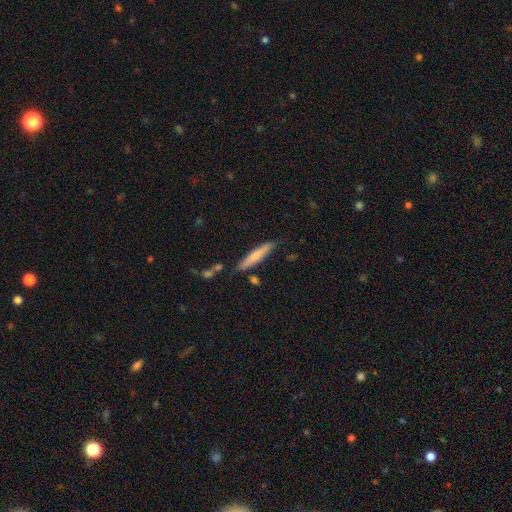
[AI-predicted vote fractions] Q: Smooth or featured?
A: smooth (67%); runner-up: featured or disk (27%)
Q: How rounded?
A: cigar-shaped (91%); runner-up: in between (8%)
Q: Merging?
A: none (81%); runner-up: minor disturbance (12%)